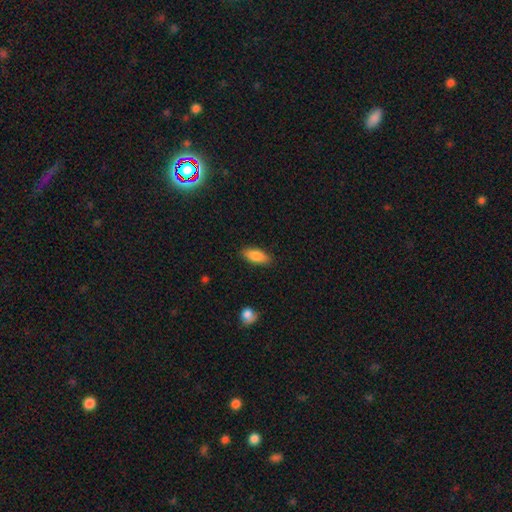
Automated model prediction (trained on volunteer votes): Q: Smooth or featured?
A: smooth (85%); runner-up: featured or disk (8%)
Q: How rounded?
A: in between (82%); runner-up: cigar-shaped (16%)
Q: Merging?
A: none (86%); runner-up: minor disturbance (10%)